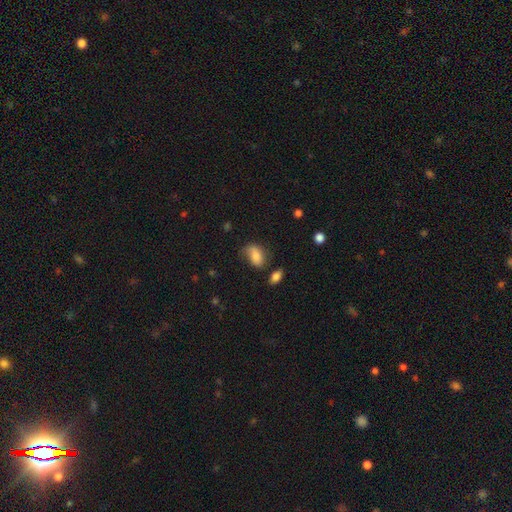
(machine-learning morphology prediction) Smooth or featured? smooth (75%)
How rounded? in between (88%)
Merging? none (45%)